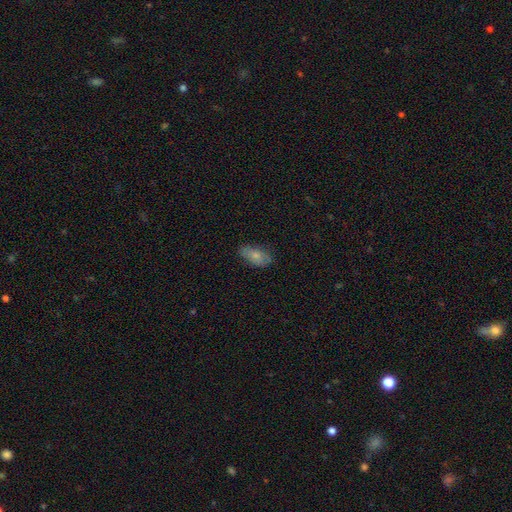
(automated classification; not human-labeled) Smooth or featured? smooth (75%)
How rounded? in between (90%)
Merging? none (74%)